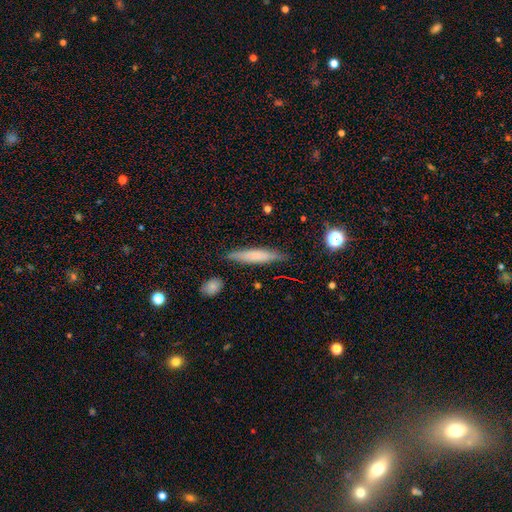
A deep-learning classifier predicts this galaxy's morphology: smooth 66%, featured or disk 27%, star or artifact 7%. Down the decision tree: how rounded — cigar-shaped (88%); merging — none (83%).